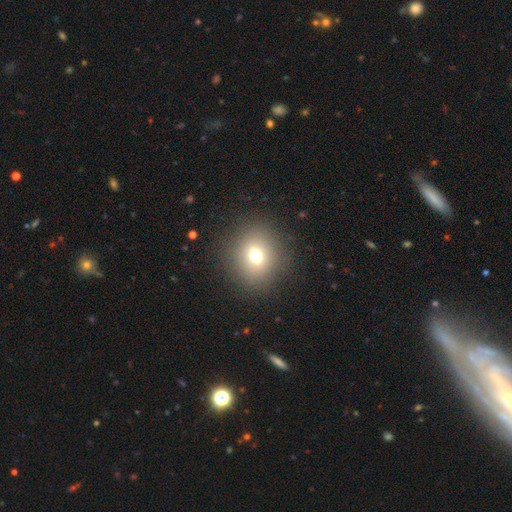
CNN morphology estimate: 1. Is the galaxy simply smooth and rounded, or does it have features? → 69% smooth, 16% star or artifact, 15% featured or disk.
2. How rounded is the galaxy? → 73% round, 25% in between, 1% cigar-shaped.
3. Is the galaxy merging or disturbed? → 86% none, 8% minor disturbance, 4% major disturbance, 1% merger.